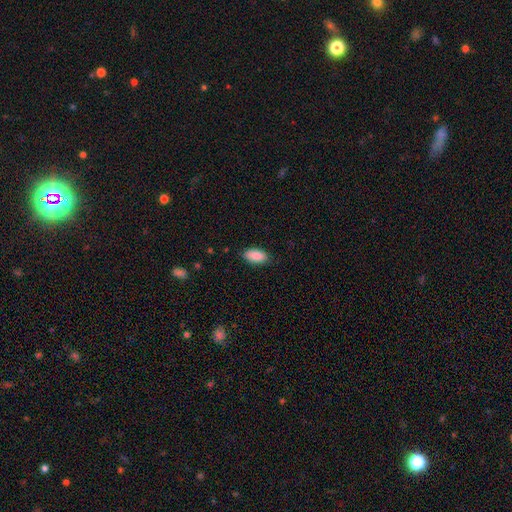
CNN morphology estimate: Q: Smooth or featured?
A: smooth (90%); runner-up: star or artifact (6%)
Q: How rounded?
A: in between (92%); runner-up: cigar-shaped (6%)
Q: Merging?
A: none (87%); runner-up: minor disturbance (10%)